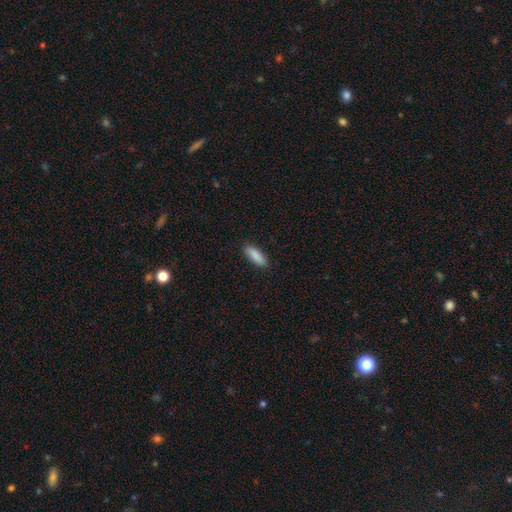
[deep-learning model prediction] Smooth or featured: smooth — 89% (star or artifact — 6%)
How rounded: in between — 64% (cigar-shaped — 34%)
Merging: none — 90% (minor disturbance — 8%)